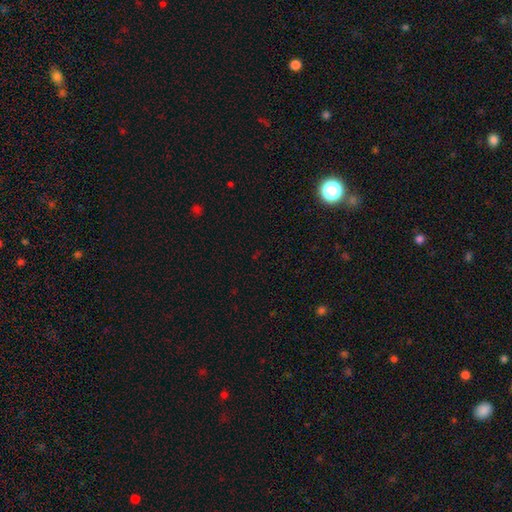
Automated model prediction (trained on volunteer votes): This is likely a star or artifact rather than a galaxy (68%).